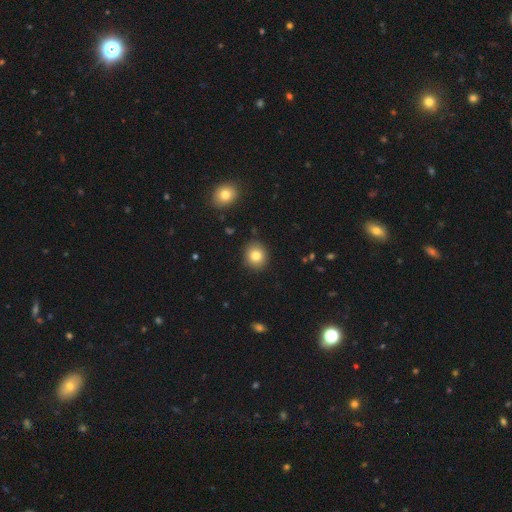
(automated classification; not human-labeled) Smooth or featured? smooth (82%)
How rounded? round (79%)
Merging? none (89%)